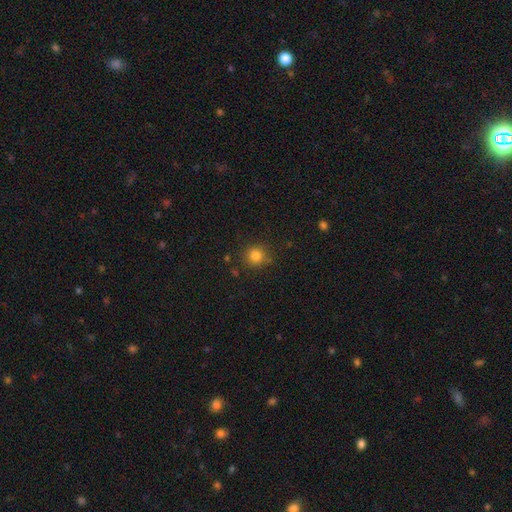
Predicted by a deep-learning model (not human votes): Smooth or featured?
  - smooth: 82% *
  - star or artifact: 12%
  - featured or disk: 5%
How rounded?
  - round: 91% *
  - in between: 8%
  - cigar-shaped: 1%
Merging?
  - none: 84% *
  - minor disturbance: 10%
  - major disturbance: 3%
  - merger: 2%